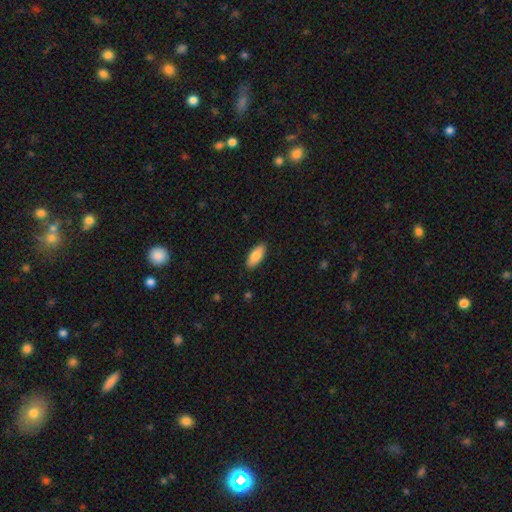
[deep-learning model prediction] The model was most divided on "how rounded": in between: 85%, cigar-shaped: 14%, round: 2%. More confident: merging — none (89%); smooth or featured — smooth (86%).